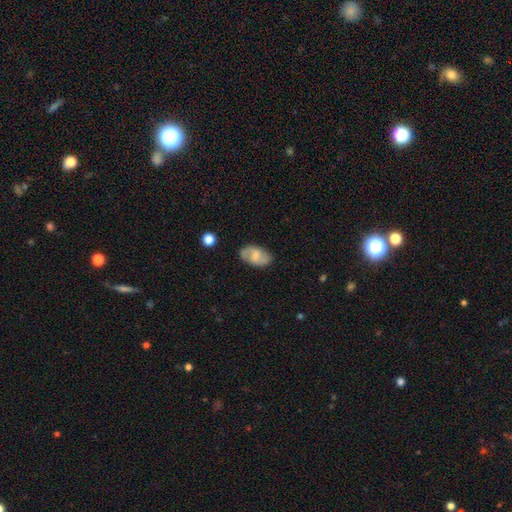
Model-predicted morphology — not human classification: featured or disk 51%, smooth 41%, star or artifact 7%. Down the decision tree: edge-on disk — no (95%); merging — none (78%).